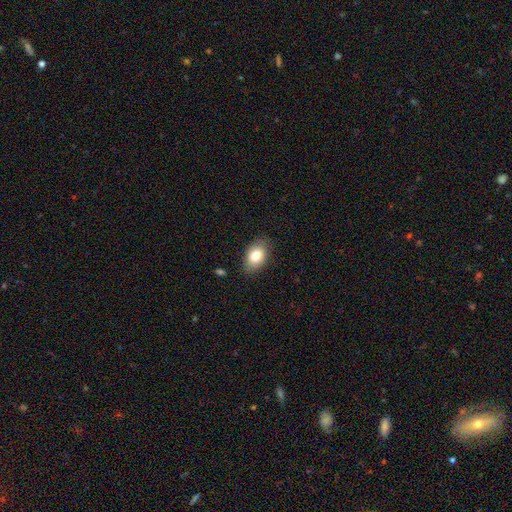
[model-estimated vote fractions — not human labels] Q: Smooth or featured?
A: smooth (81%); runner-up: featured or disk (11%)
Q: How rounded?
A: in between (88%); runner-up: round (10%)
Q: Merging?
A: none (83%); runner-up: minor disturbance (13%)